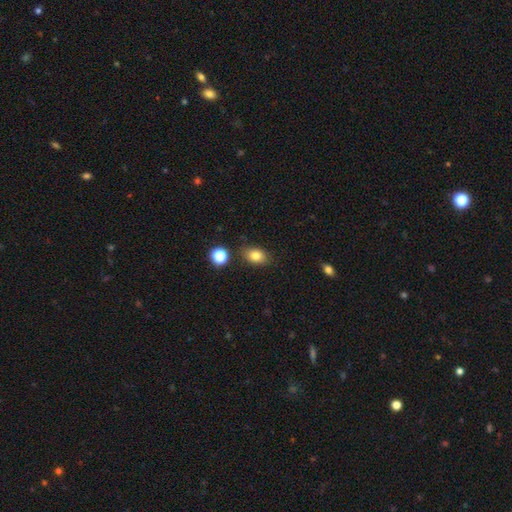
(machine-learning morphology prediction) smooth 81%, star or artifact 11%, featured or disk 8%. Down the decision tree: how rounded — in between (72%); merging — none (82%).